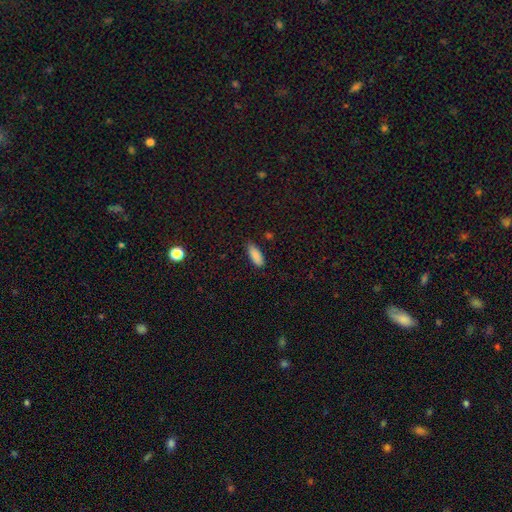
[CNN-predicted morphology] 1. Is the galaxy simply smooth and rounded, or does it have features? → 88% smooth, 8% star or artifact, 5% featured or disk.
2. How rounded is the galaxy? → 74% in between, 24% cigar-shaped, 2% round.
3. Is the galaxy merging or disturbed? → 78% none, 18% minor disturbance, 3% major disturbance, 2% merger.